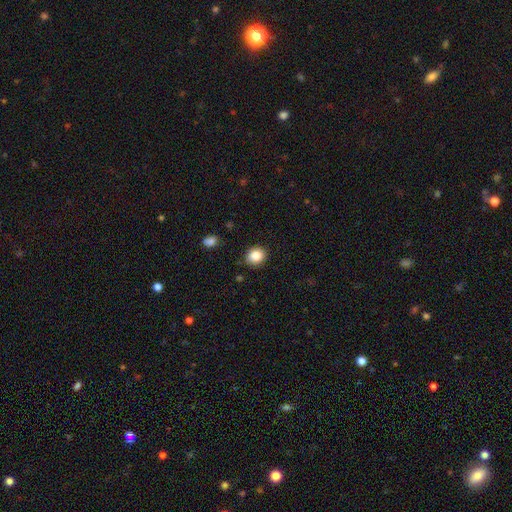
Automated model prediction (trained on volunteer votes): Morphology: type=smooth (86%); roundness=round (70%); merging=none (85%).